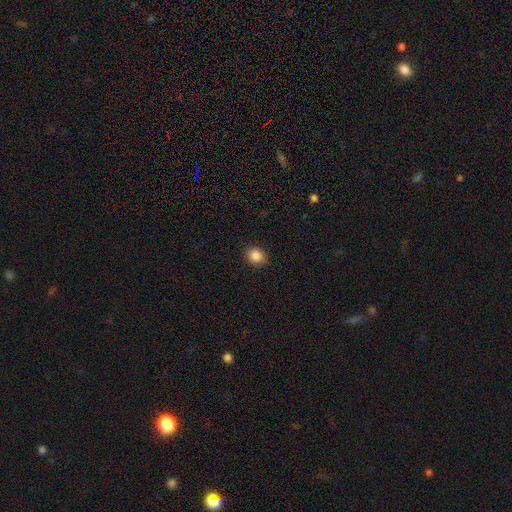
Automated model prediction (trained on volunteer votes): Smooth or featured? Predicted: smooth (p=0.86). How rounded? Predicted: round (p=0.63). Merging? Predicted: none (p=0.86).